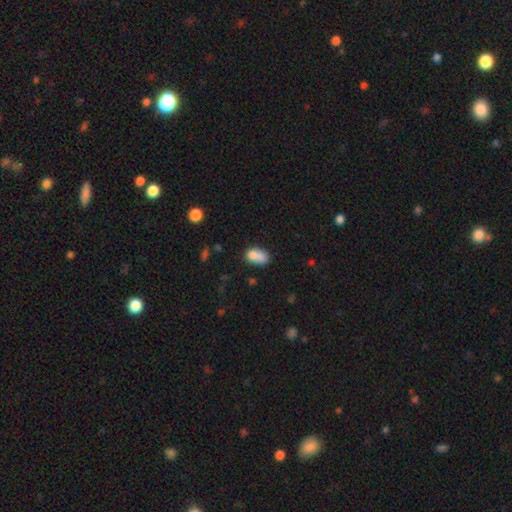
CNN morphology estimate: This is likely a smooth galaxy (78%). How rounded: clearly in between (85%). Merging: marginally none (42%).